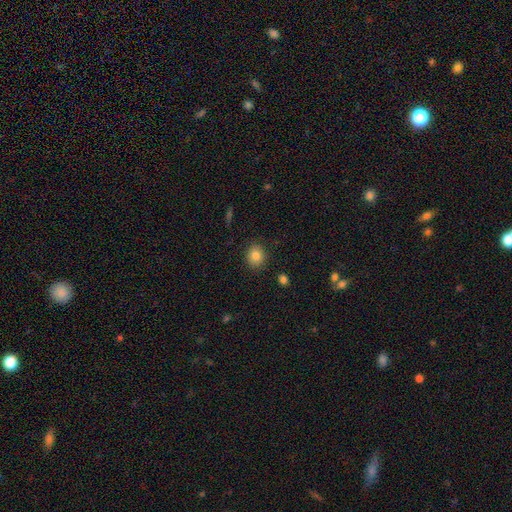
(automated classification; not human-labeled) This is clearly a smooth galaxy (83%). How rounded: likely round (73%). Merging: clearly none (89%).